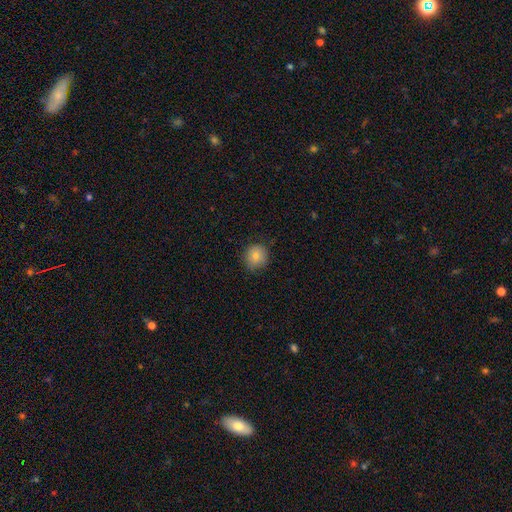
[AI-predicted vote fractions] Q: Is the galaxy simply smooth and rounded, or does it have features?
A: smooth — 78%.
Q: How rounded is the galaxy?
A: round — 87%.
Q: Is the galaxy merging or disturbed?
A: none — 82%.